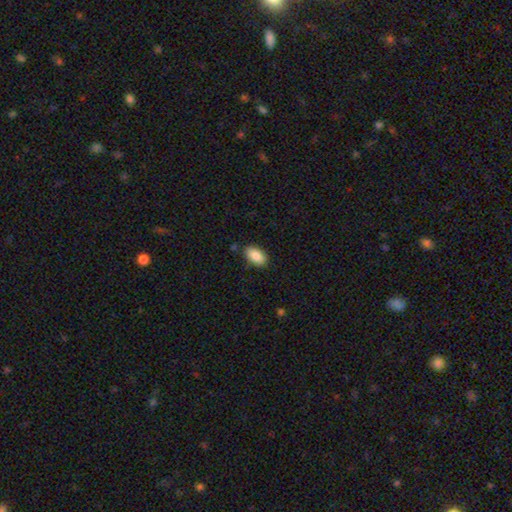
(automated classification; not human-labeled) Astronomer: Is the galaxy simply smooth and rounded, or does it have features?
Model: smooth — 88%.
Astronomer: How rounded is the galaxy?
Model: in between — 94%.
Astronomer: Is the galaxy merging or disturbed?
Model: none — 86%.